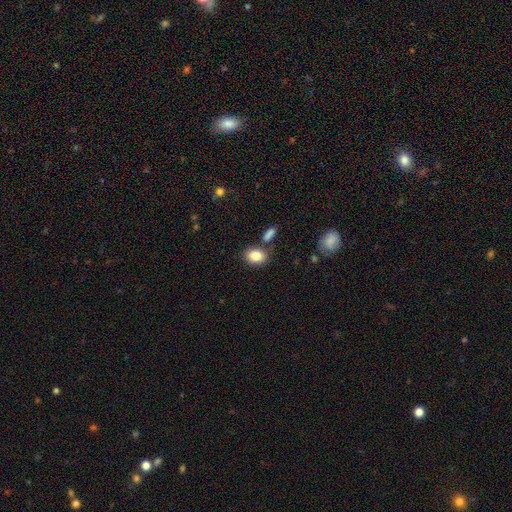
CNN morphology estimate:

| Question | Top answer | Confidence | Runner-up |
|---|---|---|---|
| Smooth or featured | smooth | 85% | star or artifact (8%) |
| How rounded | in between | 73% | round (25%) |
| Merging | none | 75% | minor disturbance (12%) |